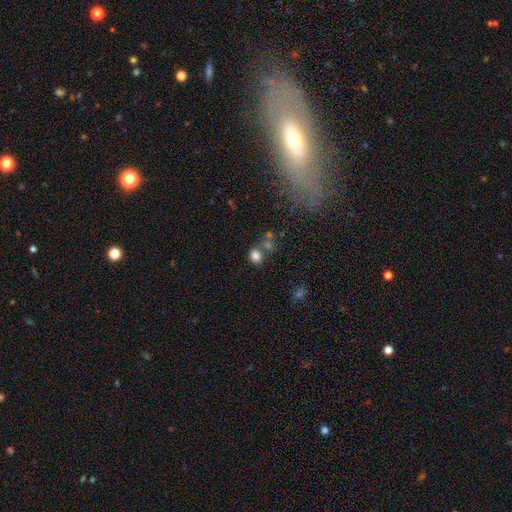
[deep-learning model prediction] The model was most divided on "how rounded": round: 50%, in between: 49%, cigar-shaped: 1%. More confident: smooth or featured — smooth (80%); merging — none (58%).